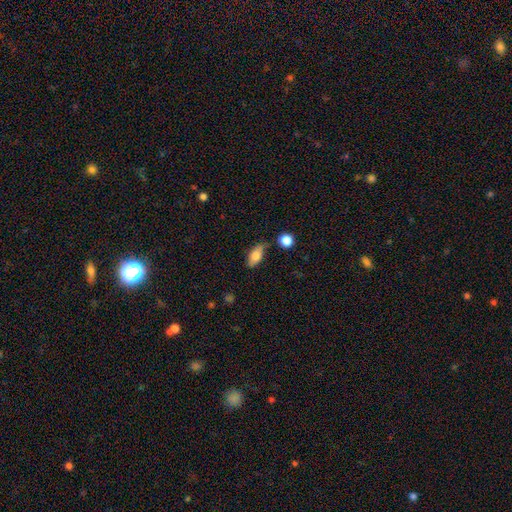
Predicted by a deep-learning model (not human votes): Q: Smooth or featured?
A: smooth (73%); runner-up: featured or disk (19%)
Q: How rounded?
A: in between (83%); runner-up: cigar-shaped (12%)
Q: Merging?
A: none (68%); runner-up: minor disturbance (22%)